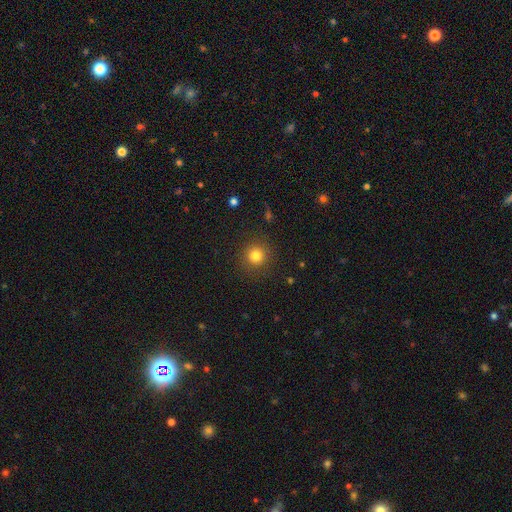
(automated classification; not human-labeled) Smooth or featured: smooth — 81% (star or artifact — 13%)
How rounded: round — 93% (in between — 6%)
Merging: none — 89% (minor disturbance — 7%)